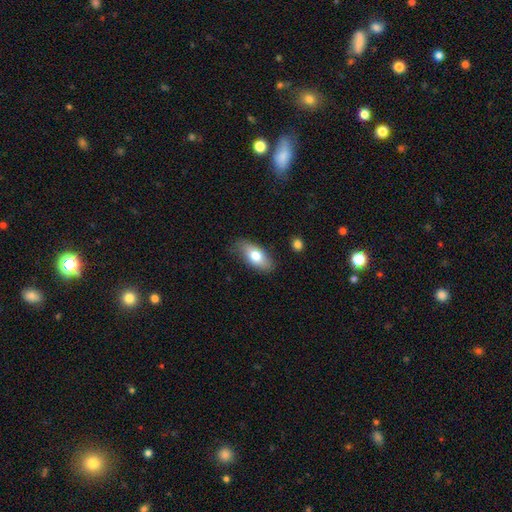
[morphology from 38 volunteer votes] Smooth or featured?
  - smooth: 66% *
  - featured or disk: 24%
  - star or artifact: 11%
How rounded?
  - in between: 92% *
  - round: 4%
  - cigar-shaped: 4%
Merging?
  - none: 71% *
  - minor disturbance: 24%
  - major disturbance: 3%
  - merger: 3%